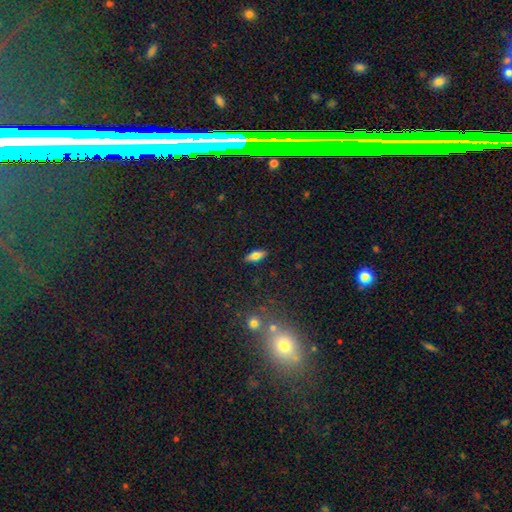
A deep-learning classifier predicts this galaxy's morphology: Smooth or featured? Predicted: smooth (p=0.69). How rounded? Predicted: in between (p=0.72). Merging? Predicted: none (p=0.88).